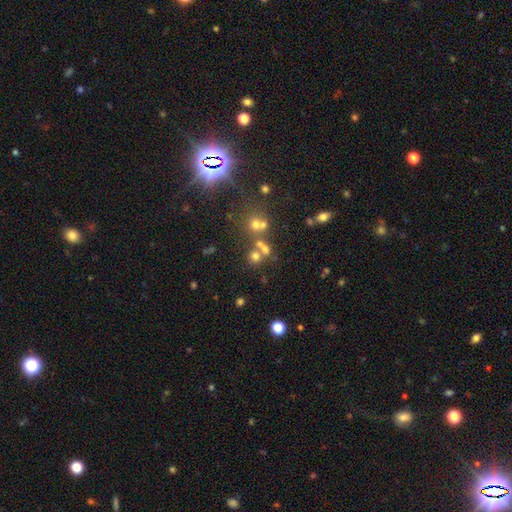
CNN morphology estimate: Smooth or featured? smooth (45%)
Merging? none (59%)